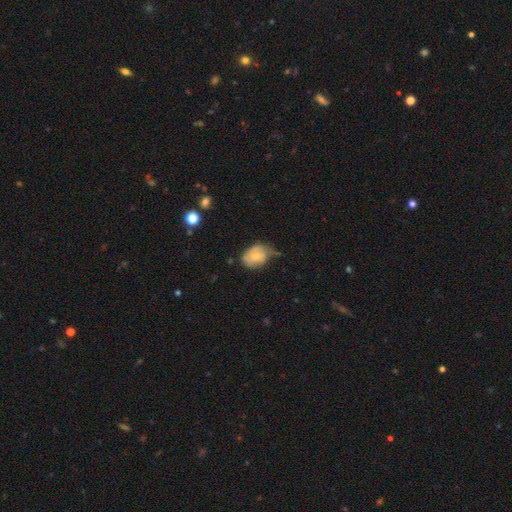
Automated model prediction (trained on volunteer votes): Smooth or featured?
  - smooth: 67% *
  - featured or disk: 26%
  - star or artifact: 7%
How rounded?
  - in between: 69% *
  - round: 29%
  - cigar-shaped: 1%
Merging?
  - minor disturbance: 43% *
  - none: 40%
  - major disturbance: 13%
  - merger: 3%